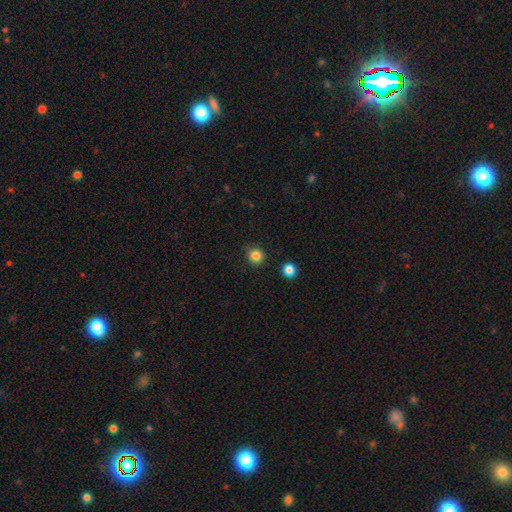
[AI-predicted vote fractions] Smooth or featured: smooth — 84% (star or artifact — 12%)
How rounded: round — 93% (in between — 6%)
Merging: none — 88% (minor disturbance — 8%)